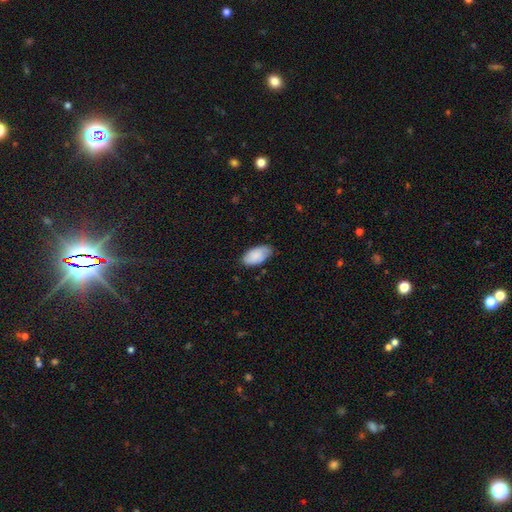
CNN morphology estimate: Overall: smooth (83%). How rounded: in between (95%). Merging: none (73%).